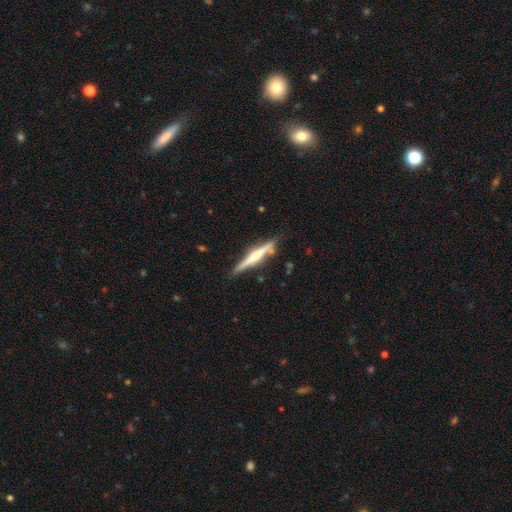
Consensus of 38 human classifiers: featured or disk 79%, smooth 16%, star or artifact 5%. Down the decision tree: edge-on disk — yes (97%); edge-on bulge — rounded (69%); merging — none (78%).